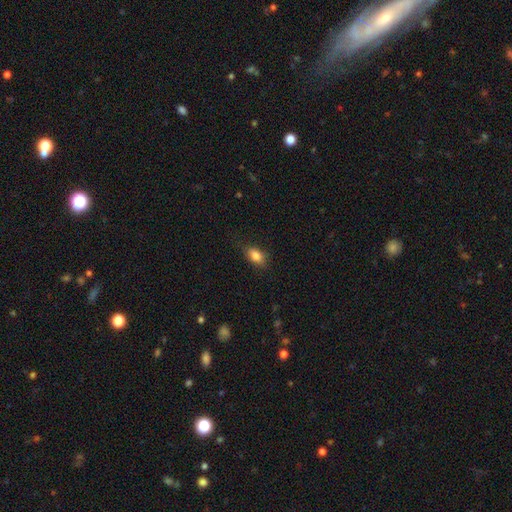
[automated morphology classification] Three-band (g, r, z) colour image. It shows a smooth galaxy with no disk features (85%) that is in between round and cigar-shaped (85%). Merging: none (80%).